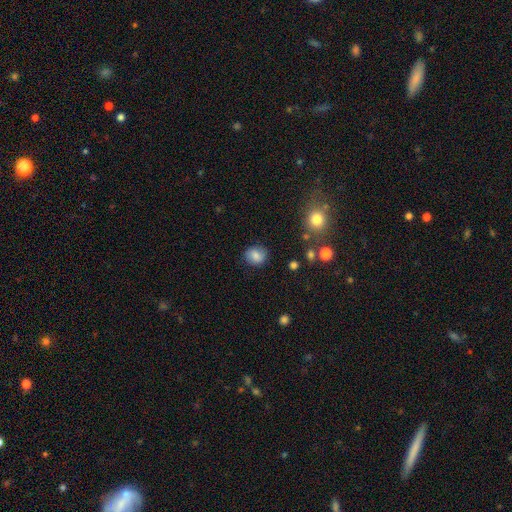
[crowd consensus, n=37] Volunteers were most divided on "merging": none: 84%, minor disturbance: 16%, major disturbance: 0%, merger: 0%. More confident: smooth or featured — smooth (95%); how rounded — round (91%).